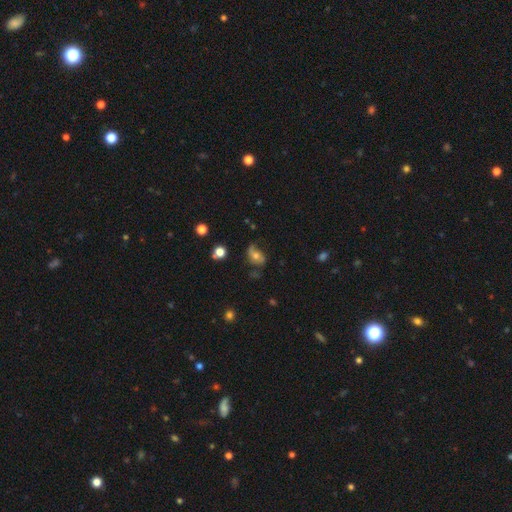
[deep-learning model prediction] The model was most divided on "smooth or featured": featured or disk: 59%, smooth: 29%, star or artifact: 11%. More confident: edge-on disk — no (95%); spiral arms — yes (85%); bar — no (67%); bulge size — moderate (62%); merging — none (59%).